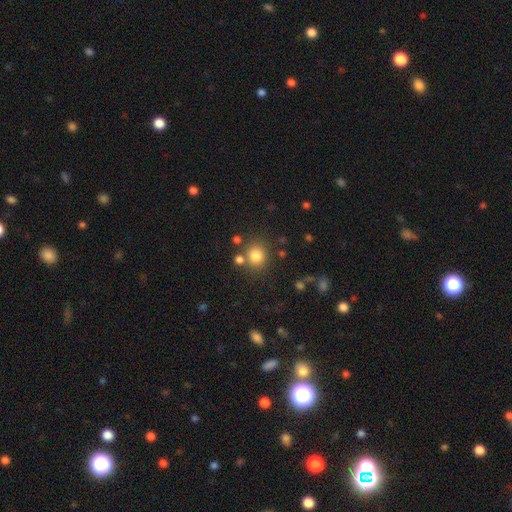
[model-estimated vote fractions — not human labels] This appears to be a smooth galaxy with no disk features (81%) that is round (83%). Merging: none (75%).